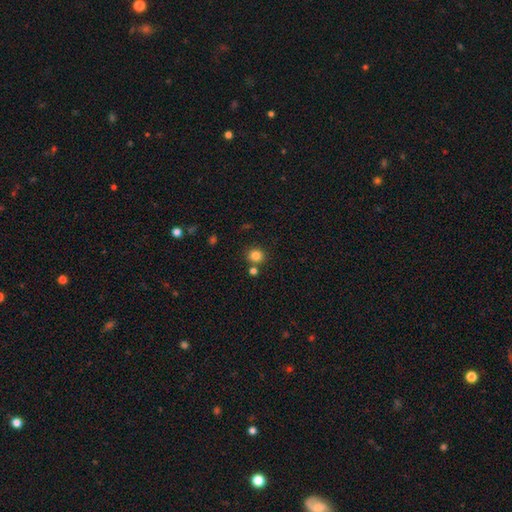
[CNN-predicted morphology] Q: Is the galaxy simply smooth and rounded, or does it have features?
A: smooth — 83%.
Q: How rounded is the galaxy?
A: round — 88%.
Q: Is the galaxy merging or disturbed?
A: none — 78%.